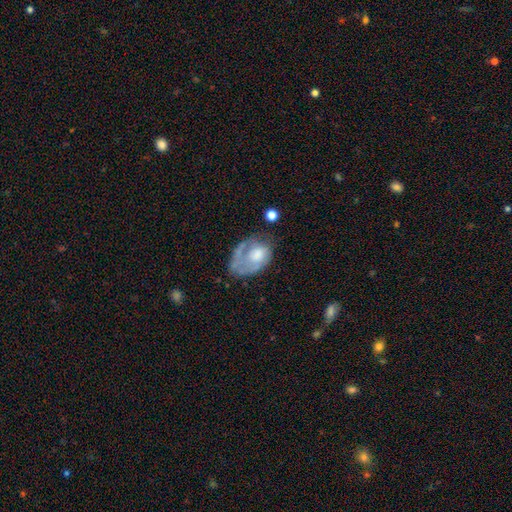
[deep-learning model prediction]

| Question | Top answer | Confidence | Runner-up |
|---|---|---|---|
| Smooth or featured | featured or disk | 57% | smooth (36%) |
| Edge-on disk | no | 96% | yes (4%) |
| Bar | no | 83% | weak (15%) |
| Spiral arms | yes | 58% | no (42%) |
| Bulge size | moderate | 36% | large (29%) |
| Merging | none | 37% | major disturbance (33%) |